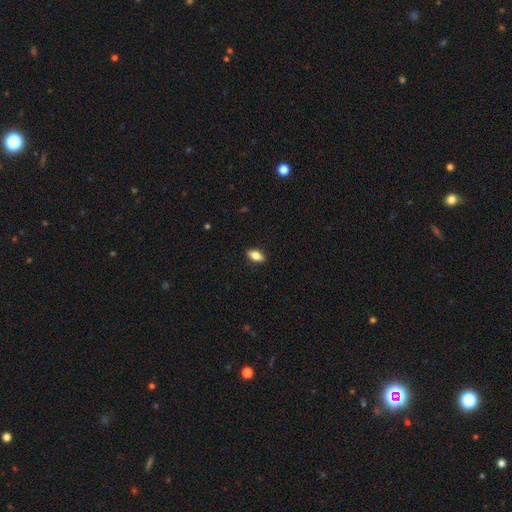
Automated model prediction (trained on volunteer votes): Smooth or featured?
  - smooth: 73% *
  - featured or disk: 19%
  - star or artifact: 8%
How rounded?
  - in between: 83% *
  - cigar-shaped: 12%
  - round: 5%
Merging?
  - none: 89% *
  - minor disturbance: 8%
  - major disturbance: 2%
  - merger: 1%